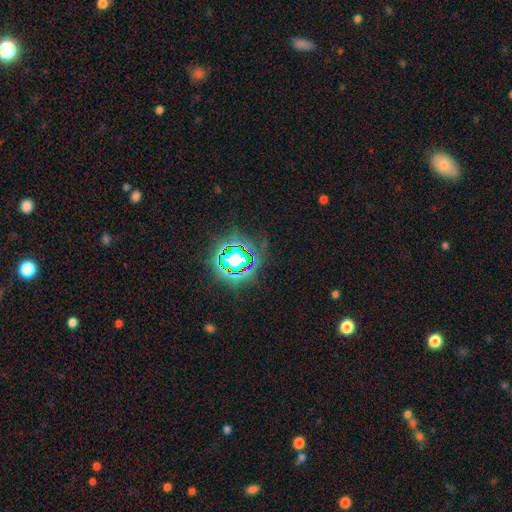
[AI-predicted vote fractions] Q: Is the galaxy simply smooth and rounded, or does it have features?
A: star or artifact — 81%.